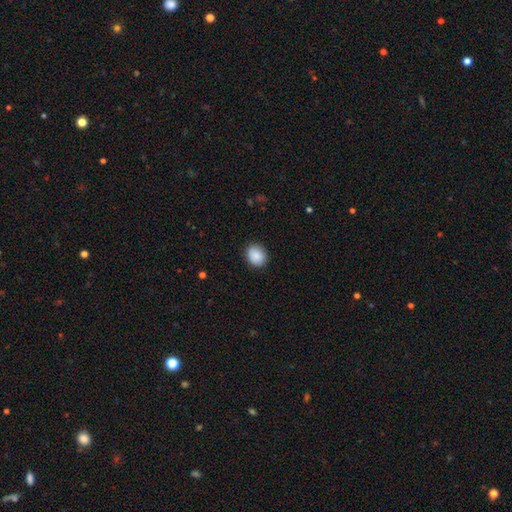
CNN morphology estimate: smooth_or_featured: smooth (p=0.89) [alt: star or artifact p=0.07]
how_rounded: round (p=0.60) [alt: in between p=0.39]
merging: none (p=0.87) [alt: minor disturbance p=0.10]